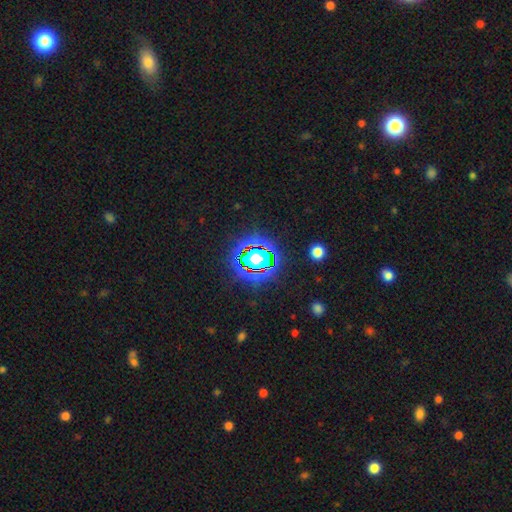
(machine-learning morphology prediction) This appears to be a star or artifact, not a galaxy (81%).